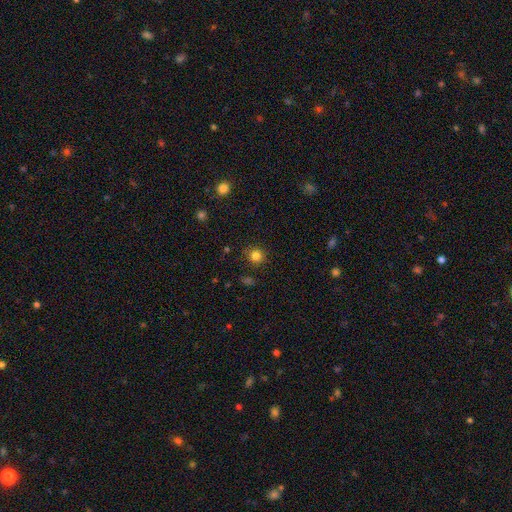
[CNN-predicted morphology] Smooth or featured? smooth (83%)
How rounded? round (92%)
Merging? none (87%)